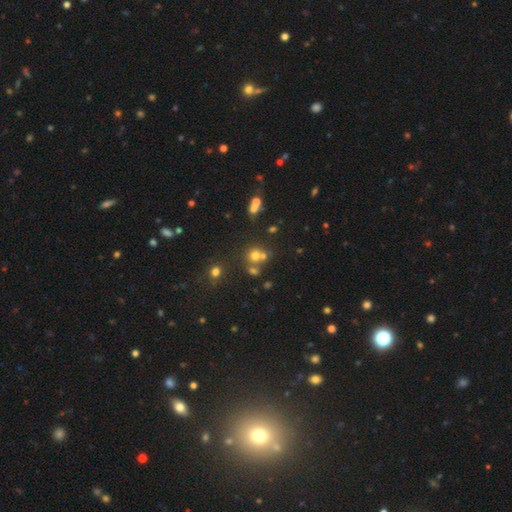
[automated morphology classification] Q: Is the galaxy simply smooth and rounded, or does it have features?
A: smooth — 60%.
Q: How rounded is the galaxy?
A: round — 84%.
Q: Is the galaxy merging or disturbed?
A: none — 52%.